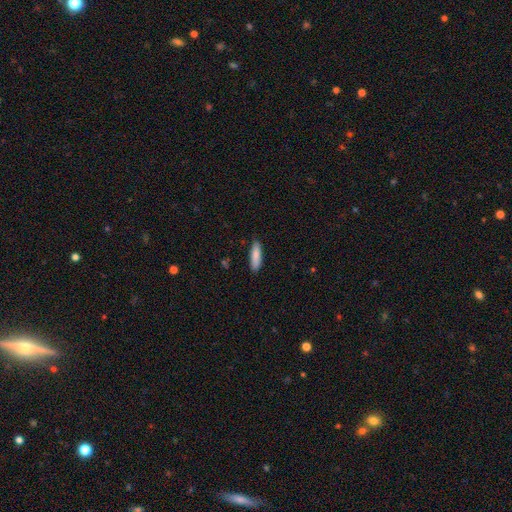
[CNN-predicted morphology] Q: Smooth or featured?
A: smooth (85%); runner-up: featured or disk (9%)
Q: How rounded?
A: cigar-shaped (61%); runner-up: in between (38%)
Q: Merging?
A: none (84%); runner-up: minor disturbance (13%)